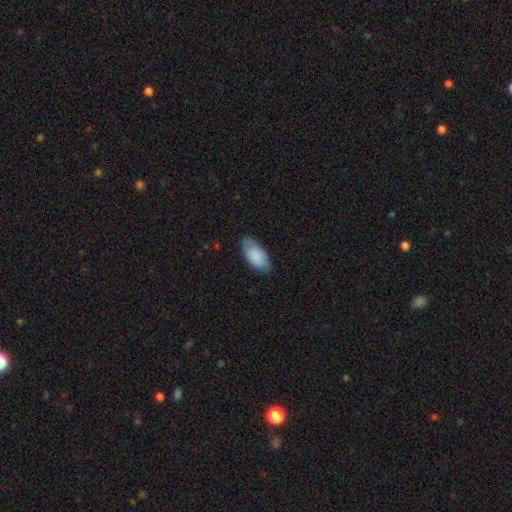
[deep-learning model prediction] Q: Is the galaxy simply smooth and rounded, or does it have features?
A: smooth — 85%.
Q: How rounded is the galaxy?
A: in between — 94%.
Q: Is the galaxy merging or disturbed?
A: none — 75%.